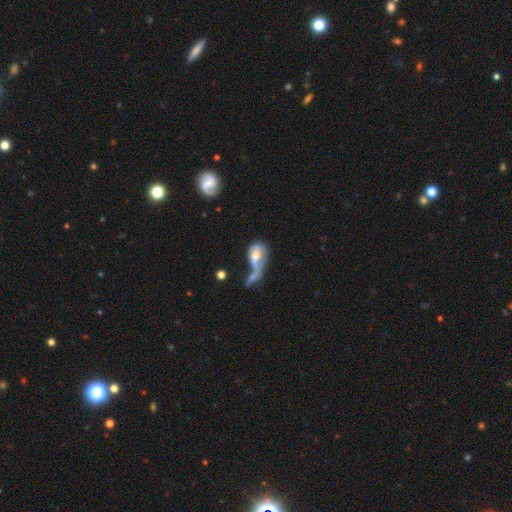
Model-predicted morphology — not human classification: smooth-or-featured: smooth: 48% | featured or disk: 43% | star or artifact: 9%
  merging: merger: 50% | major disturbance: 29% | none: 12% | minor disturbance: 9%